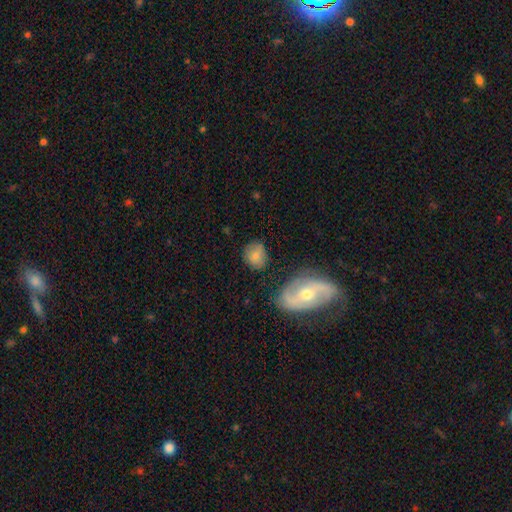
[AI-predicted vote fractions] smooth 73%, featured or disk 19%, star or artifact 9%. Down the decision tree: how rounded — round (67%); merging — none (75%).